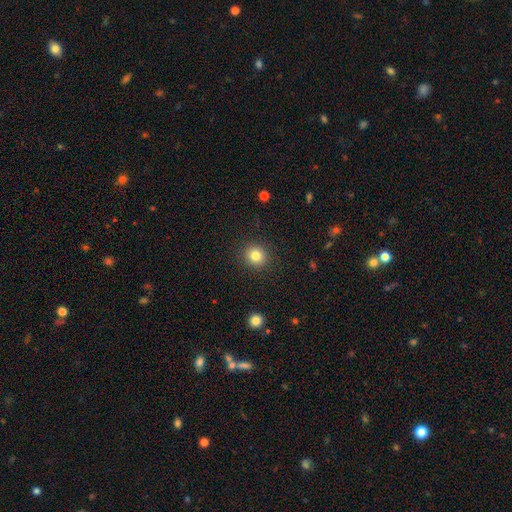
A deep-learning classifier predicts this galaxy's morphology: This is clearly a smooth galaxy (82%). How rounded: clearly round (87%). Merging: clearly none (91%).